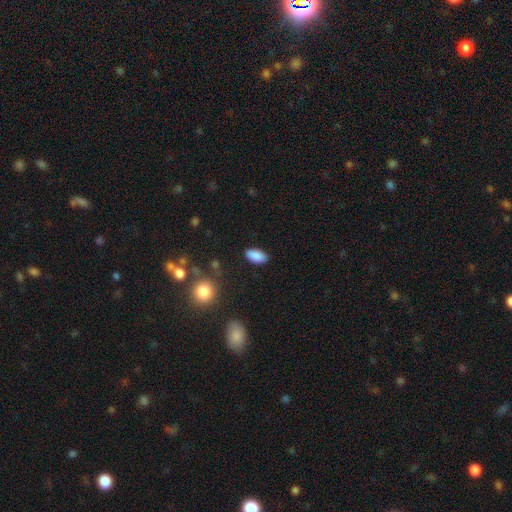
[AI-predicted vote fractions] Overall: smooth (88%). How rounded: in between (93%). Merging: none (85%).